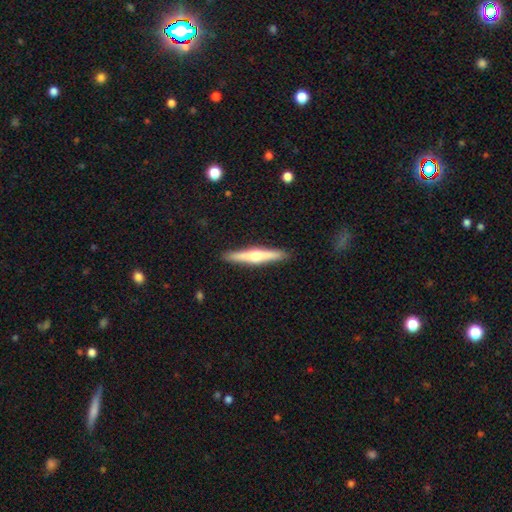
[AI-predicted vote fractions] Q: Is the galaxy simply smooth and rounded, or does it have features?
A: featured or disk — 58%.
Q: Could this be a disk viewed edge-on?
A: yes — 97%.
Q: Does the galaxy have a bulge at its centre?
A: rounded — 86%.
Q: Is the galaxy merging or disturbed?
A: none — 91%.